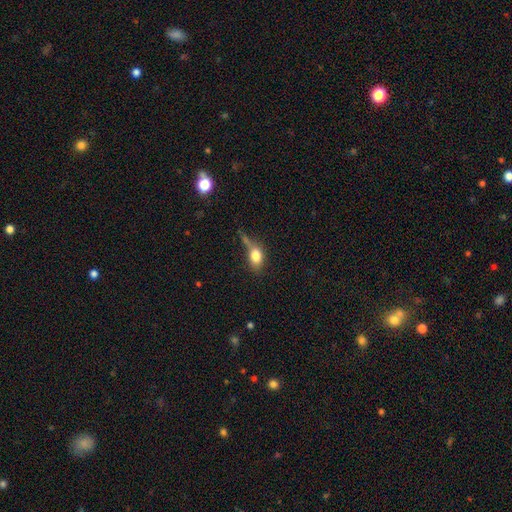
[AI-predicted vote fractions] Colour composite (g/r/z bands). It shows a smooth galaxy with no disk features (76%) that is in between round and cigar-shaped (75%). Merging: none (36%).